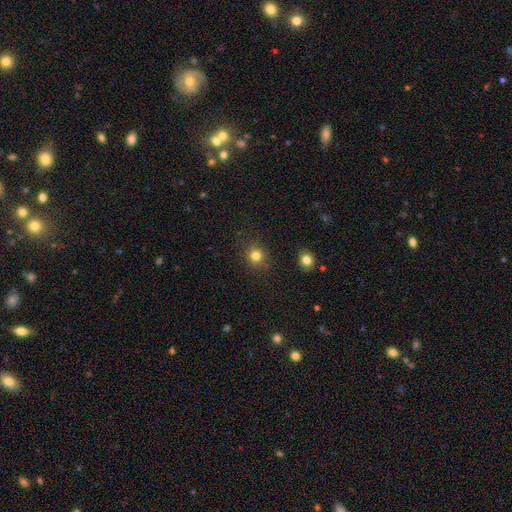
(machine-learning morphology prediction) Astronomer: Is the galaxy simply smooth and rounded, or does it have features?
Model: smooth — 81%.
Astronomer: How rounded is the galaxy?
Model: round — 88%.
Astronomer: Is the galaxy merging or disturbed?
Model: none — 87%.